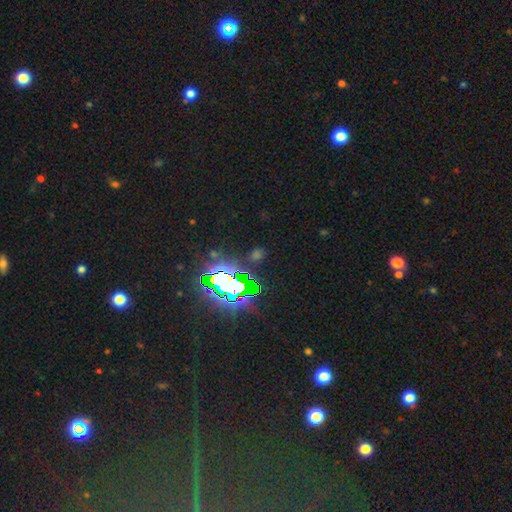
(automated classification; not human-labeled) Overall: star or artifact (72%).